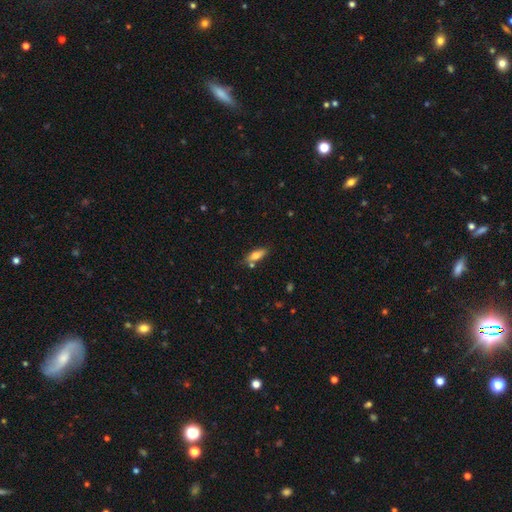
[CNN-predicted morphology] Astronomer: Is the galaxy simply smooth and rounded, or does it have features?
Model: smooth — 72%.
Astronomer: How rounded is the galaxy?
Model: in between — 62%.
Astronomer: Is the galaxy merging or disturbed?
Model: none — 71%.